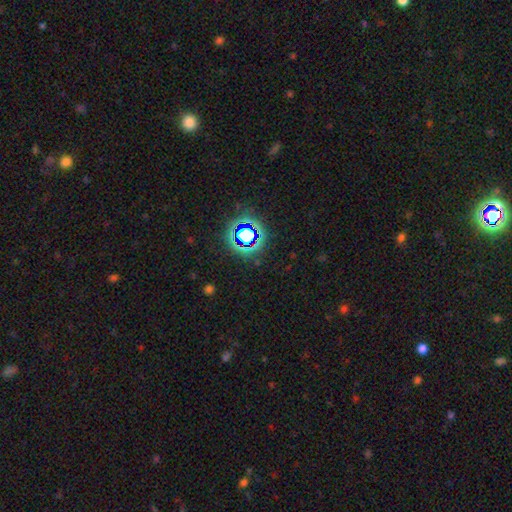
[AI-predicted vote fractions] smooth_or_featured: star or artifact (p=0.77) [alt: smooth p=0.15]